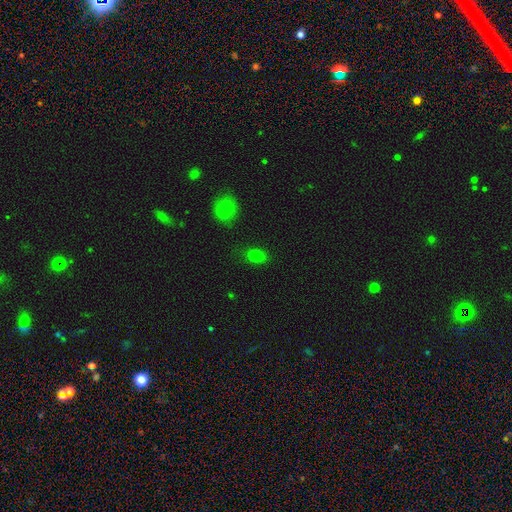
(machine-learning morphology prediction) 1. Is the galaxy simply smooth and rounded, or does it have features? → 80% smooth, 13% star or artifact, 7% featured or disk.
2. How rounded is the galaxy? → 70% in between, 28% round, 2% cigar-shaped.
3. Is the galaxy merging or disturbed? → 84% none, 12% minor disturbance, 3% major disturbance, 2% merger.